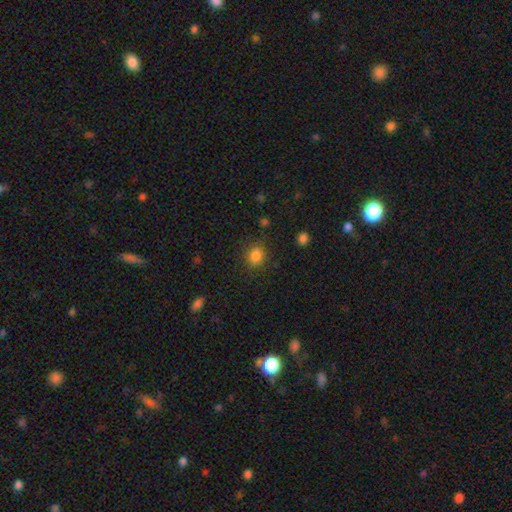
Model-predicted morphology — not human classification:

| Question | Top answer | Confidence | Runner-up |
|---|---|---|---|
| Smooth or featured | smooth | 84% | star or artifact (12%) |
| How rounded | round | 63% | in between (36%) |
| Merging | none | 83% | minor disturbance (12%) |